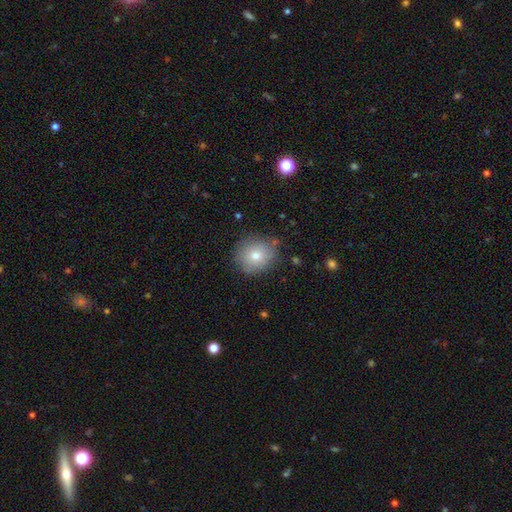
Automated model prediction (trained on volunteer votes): This is likely a smooth galaxy (76%). How rounded: clearly round (83%). Merging: clearly none (81%).